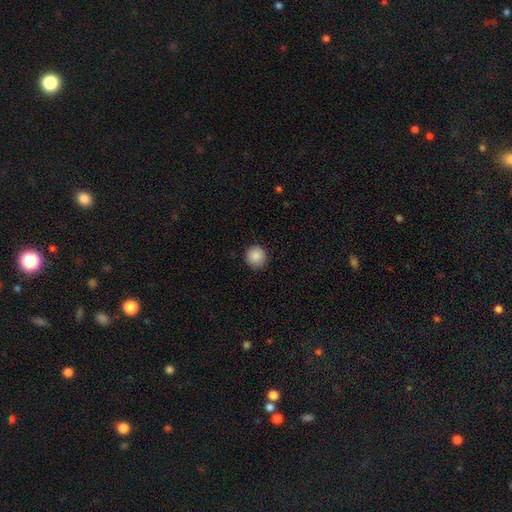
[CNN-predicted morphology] A smooth galaxy with no disk features (88%) that is round (95%). Merging: none (90%).